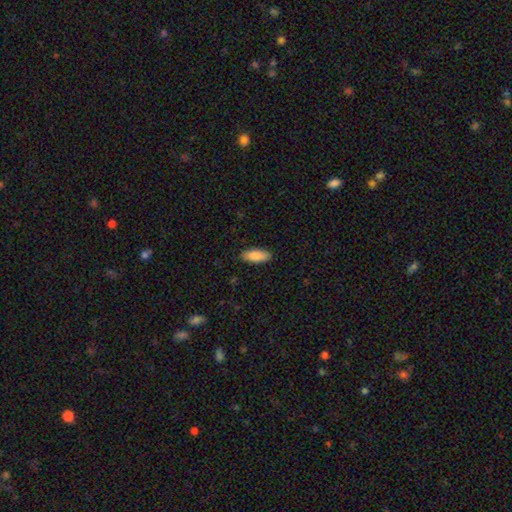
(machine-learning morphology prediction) Smooth or featured?
  - smooth: 87% *
  - featured or disk: 7%
  - star or artifact: 6%
How rounded?
  - in between: 78% *
  - cigar-shaped: 21%
  - round: 2%
Merging?
  - none: 88% *
  - minor disturbance: 9%
  - major disturbance: 2%
  - merger: 1%